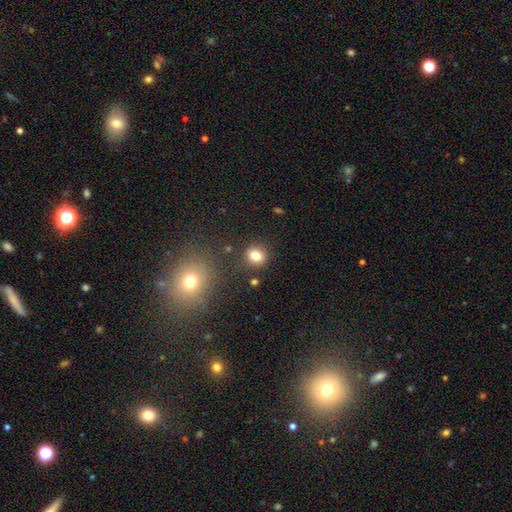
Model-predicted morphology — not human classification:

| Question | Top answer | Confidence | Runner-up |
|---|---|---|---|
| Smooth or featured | smooth | 80% | star or artifact (13%) |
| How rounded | round | 80% | in between (19%) |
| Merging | none | 85% | minor disturbance (8%) |